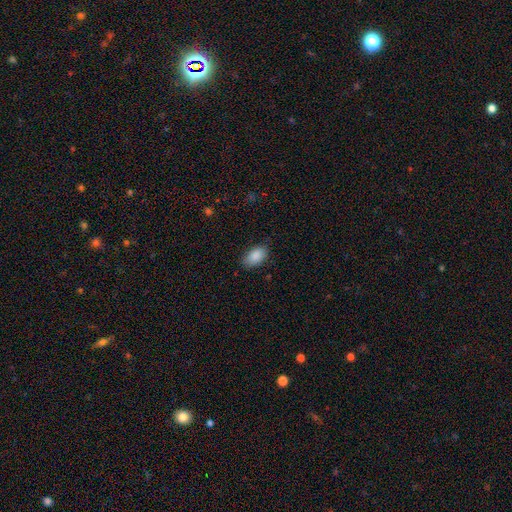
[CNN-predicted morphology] Smooth or featured? Predicted: smooth (p=0.89). How rounded? Predicted: in between (p=0.93). Merging? Predicted: none (p=0.82).